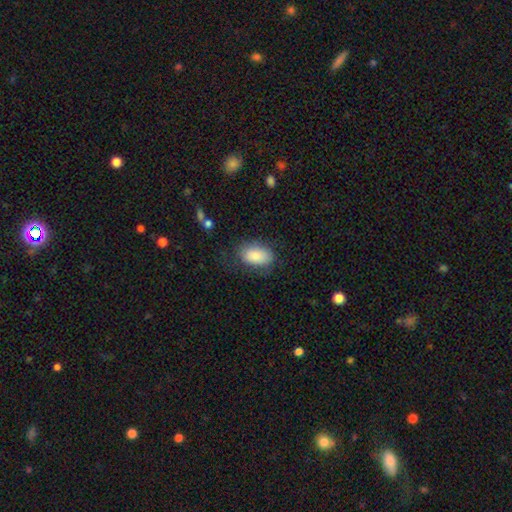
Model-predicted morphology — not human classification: This appears to be a smooth galaxy with no disk features (84%) that is in between round and cigar-shaped (92%). Merging: none (73%).